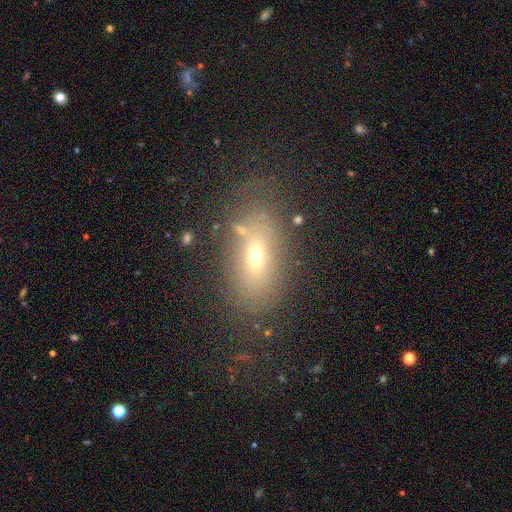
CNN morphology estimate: smooth-or-featured: smooth: 57% | featured or disk: 26% | star or artifact: 17%
  how-rounded: in between: 77% | cigar-shaped: 13% | round: 9%
  merging: none: 71% | minor disturbance: 15% | major disturbance: 8% | merger: 6%